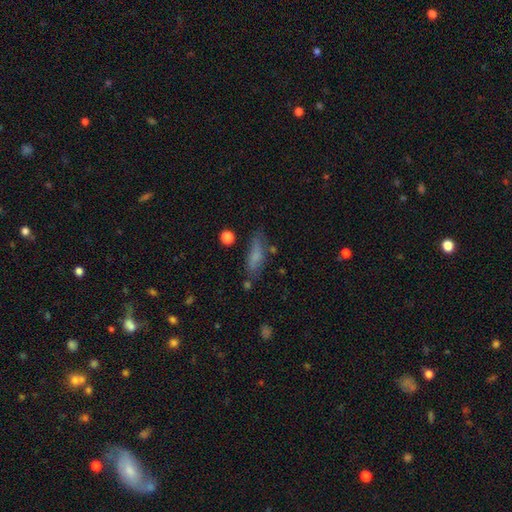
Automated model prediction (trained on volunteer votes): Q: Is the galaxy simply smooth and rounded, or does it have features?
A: smooth — 66%.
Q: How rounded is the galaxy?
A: cigar-shaped — 54%.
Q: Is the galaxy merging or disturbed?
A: none — 62%.